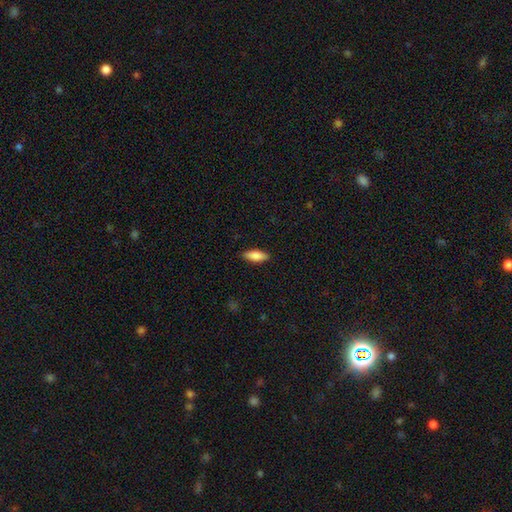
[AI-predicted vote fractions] Smooth or featured? Predicted: smooth (p=0.84). How rounded? Predicted: in between (p=0.70). Merging? Predicted: none (p=0.88).